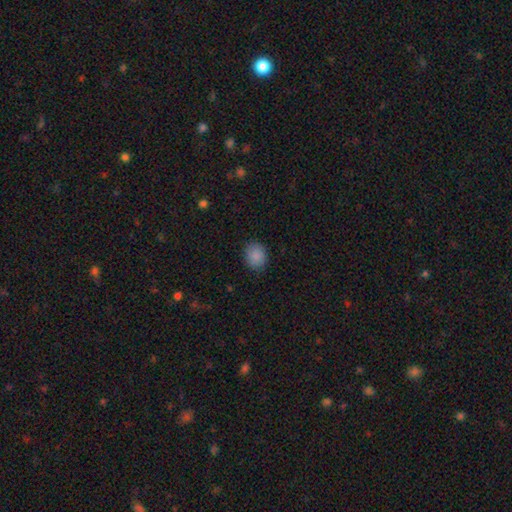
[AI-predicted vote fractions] smooth-or-featured: smooth: 88% | star or artifact: 8% | featured or disk: 4%
  how-rounded: round: 56% | in between: 43% | cigar-shaped: 1%
  merging: none: 85% | minor disturbance: 11% | major disturbance: 3% | merger: 1%